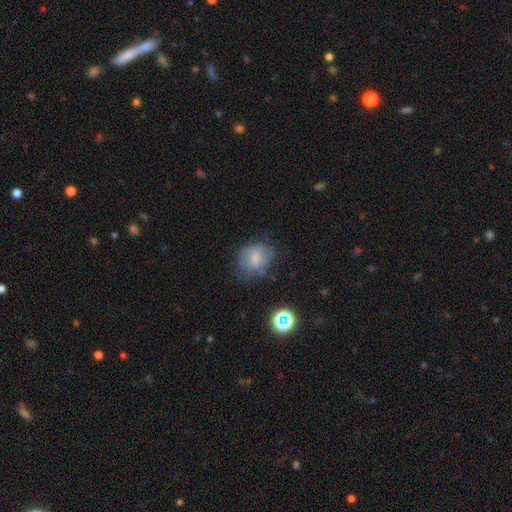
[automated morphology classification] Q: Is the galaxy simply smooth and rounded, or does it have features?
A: smooth — 59%.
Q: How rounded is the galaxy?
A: in between — 51%.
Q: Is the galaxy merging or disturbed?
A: none — 55%.